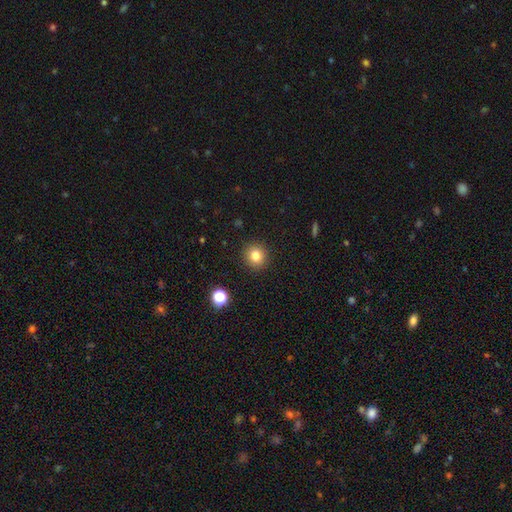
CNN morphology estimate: Q: Smooth or featured?
A: smooth (81%); runner-up: star or artifact (12%)
Q: How rounded?
A: round (91%); runner-up: in between (8%)
Q: Merging?
A: none (91%); runner-up: minor disturbance (6%)